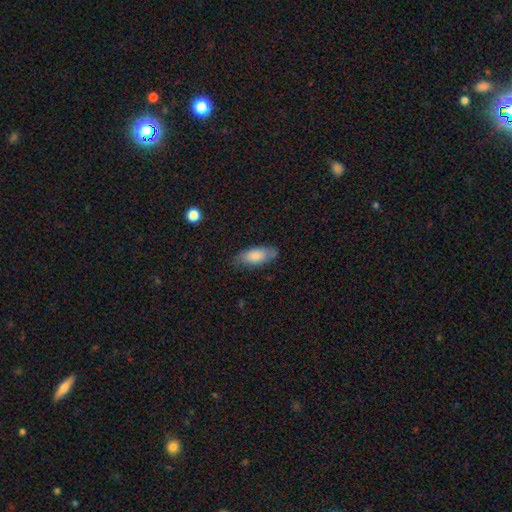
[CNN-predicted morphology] Q: Smooth or featured?
A: smooth (81%); runner-up: featured or disk (13%)
Q: How rounded?
A: in between (84%); runner-up: cigar-shaped (14%)
Q: Merging?
A: none (74%); runner-up: minor disturbance (20%)